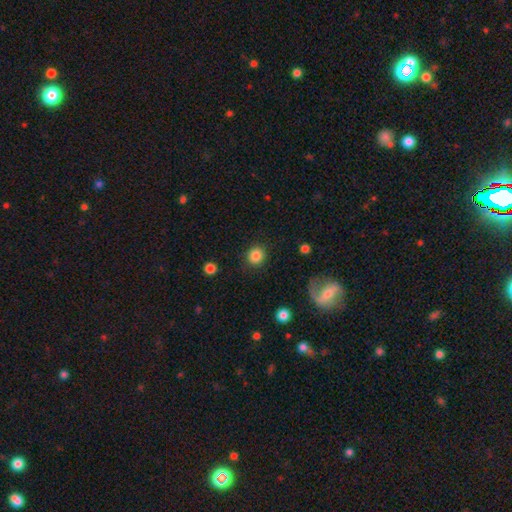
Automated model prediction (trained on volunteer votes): Smooth or featured: smooth — 86% (star or artifact — 10%)
How rounded: round — 88% (in between — 11%)
Merging: none — 88% (minor disturbance — 7%)